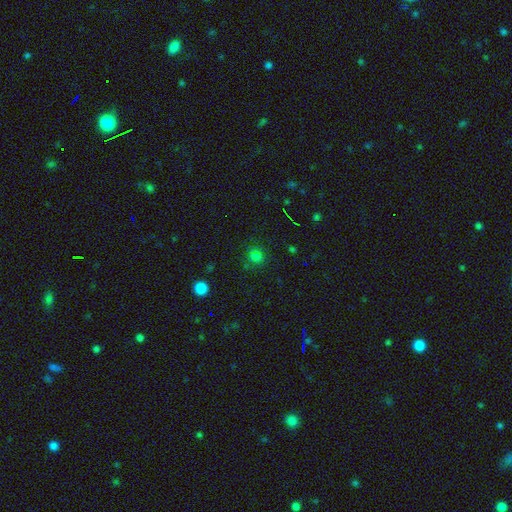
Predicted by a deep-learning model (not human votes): smooth_or_featured: smooth (p=0.72) [alt: star or artifact p=0.23]
how_rounded: round (p=0.87) [alt: in between p=0.12]
merging: none (p=0.83) [alt: minor disturbance p=0.10]